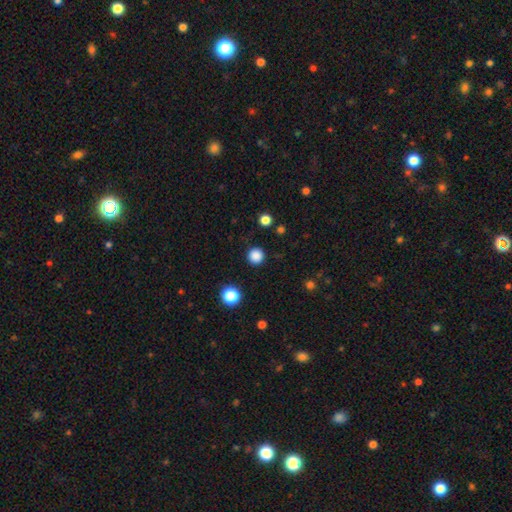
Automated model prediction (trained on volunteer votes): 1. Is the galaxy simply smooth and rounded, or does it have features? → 85% smooth, 12% star or artifact, 3% featured or disk.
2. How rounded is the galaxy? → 95% round, 4% in between, 1% cigar-shaped.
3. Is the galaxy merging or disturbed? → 92% none, 5% minor disturbance, 2% major disturbance, 1% merger.